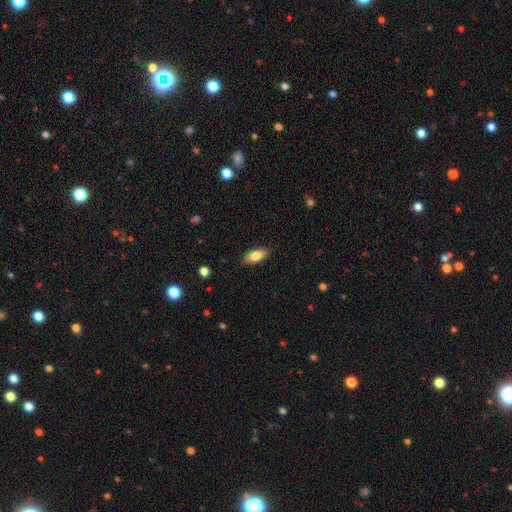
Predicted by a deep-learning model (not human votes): This appears to be a smooth galaxy with no disk features (82%) that is in between round and cigar-shaped (85%). Merging: none (88%).